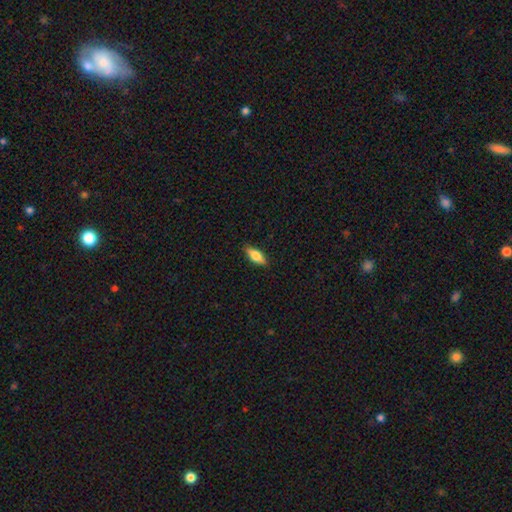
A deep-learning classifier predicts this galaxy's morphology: This appears to be a smooth galaxy with no disk features (72%) that is in between round and cigar-shaped (68%). Merging: none (88%).